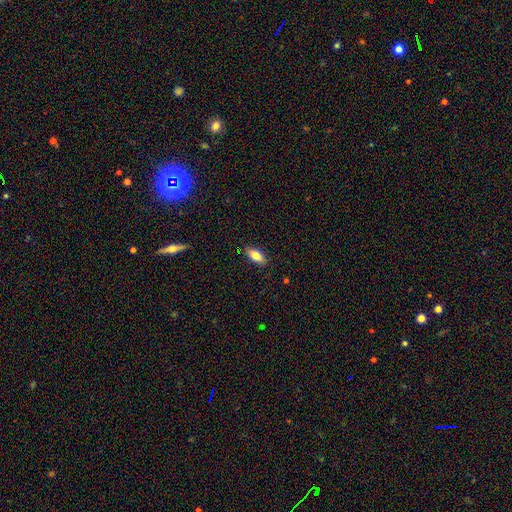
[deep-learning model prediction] smooth-or-featured: smooth: 78% | featured or disk: 16% | star or artifact: 7%
  how-rounded: in between: 81% | cigar-shaped: 16% | round: 3%
  merging: none: 88% | minor disturbance: 9% | major disturbance: 2% | merger: 1%